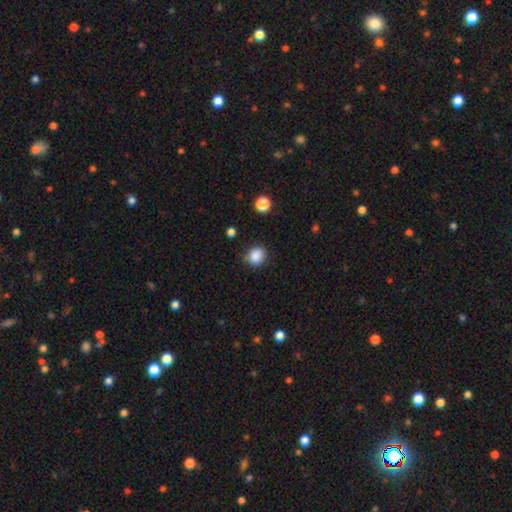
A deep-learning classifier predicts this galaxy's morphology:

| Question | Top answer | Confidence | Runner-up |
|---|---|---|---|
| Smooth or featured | smooth | 86% | star or artifact (10%) |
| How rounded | round | 69% | in between (30%) |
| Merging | none | 75% | minor disturbance (19%) |